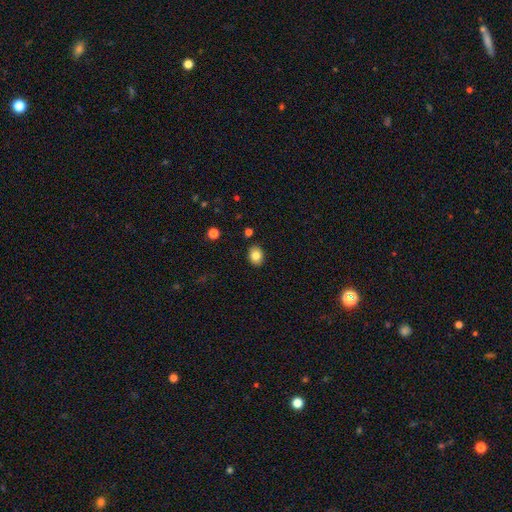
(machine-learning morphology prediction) Smooth or featured?
  - smooth: 82% *
  - star or artifact: 9%
  - featured or disk: 9%
How rounded?
  - in between: 59% *
  - round: 40%
  - cigar-shaped: 1%
Merging?
  - none: 88% *
  - minor disturbance: 8%
  - merger: 2%
  - major disturbance: 2%